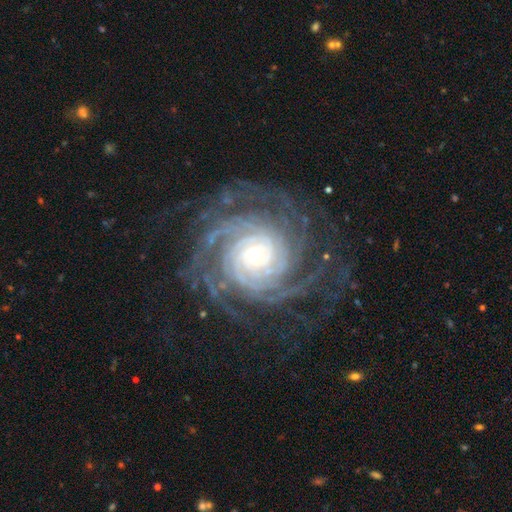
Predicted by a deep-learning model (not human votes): smooth-or-featured: featured or disk: 93% | star or artifact: 5% | smooth: 3%
  disk-edge-on: no: 98% | yes: 2%
    bar: no: 71% | weak: 18% | strong: 11%
    has-spiral-arms: yes: 99% | no: 1%
      spiral-winding: tight: 83% | medium: 15% | loose: 3%
      spiral-arm-count: more than 4: 38% | 4: 21% | can't tell: 13% | 3: 10% | 2: 9% | 1: 8%
    bulge-size: small: 58% | moderate: 34% | large: 5% | none: 1% | dominant: 1%
  merging: none: 79% | minor disturbance: 12% | major disturbance: 8% | merger: 1%